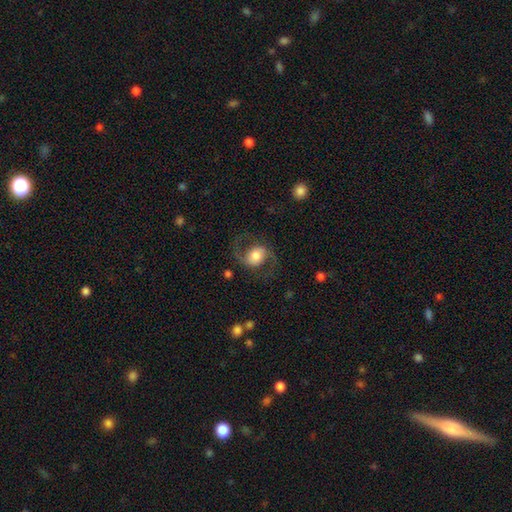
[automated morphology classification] type=featured or disk (74%); edge-on=no (97%); bar=no (51%); spiral arms=yes (93%); winding=medium (49%); arm count=2 (93%); bulge=moderate (49%); merging=none (73%).